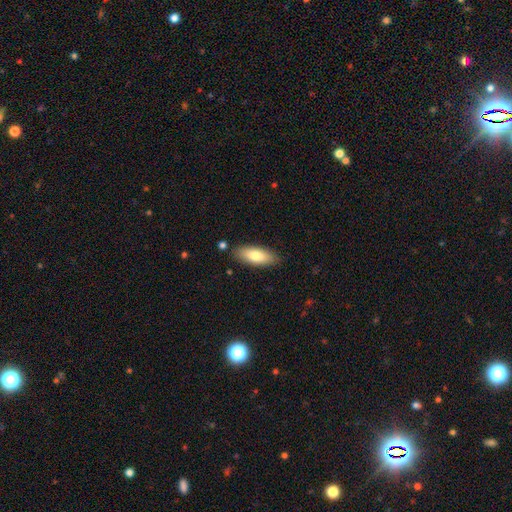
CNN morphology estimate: A smooth galaxy with no disk features (77%) that is in between round and cigar-shaped (72%).

Vote fractions:
- Smooth or featured? smooth: 77% / featured or disk: 17% / star or artifact: 6%
- How rounded? in between: 72% / cigar-shaped: 26% / round: 2%
- Merging? none: 85% / minor disturbance: 10% / merger: 2% / major disturbance: 2%